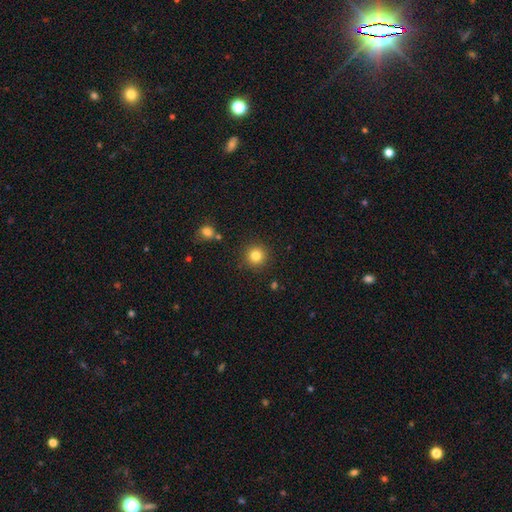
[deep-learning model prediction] smooth-or-featured: smooth: 82% | star or artifact: 11% | featured or disk: 6%
  how-rounded: round: 95% | in between: 4% | cigar-shaped: 1%
  merging: none: 90% | minor disturbance: 6% | major disturbance: 2% | merger: 2%